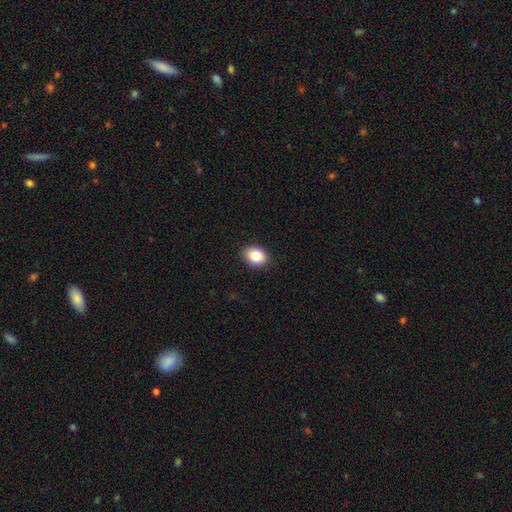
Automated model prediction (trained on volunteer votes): A smooth galaxy with no disk features (84%) that is in between round and cigar-shaped (68%). Merging: none (88%).